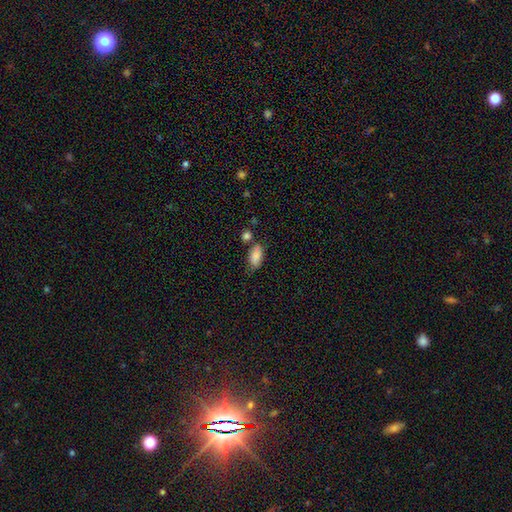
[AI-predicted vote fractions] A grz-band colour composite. It shows a smooth galaxy with no disk features (84%) that is in between round and cigar-shaped (88%). Merging: none (56%).